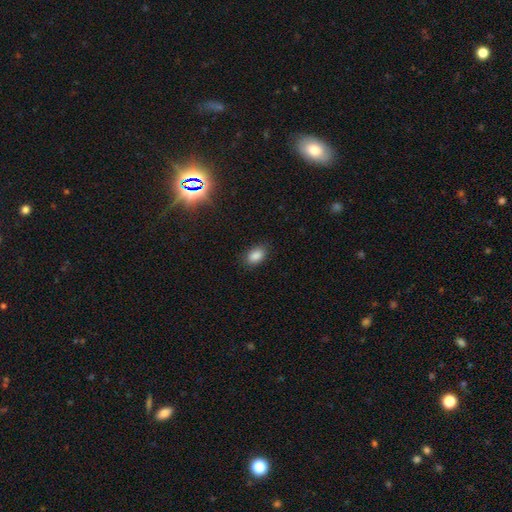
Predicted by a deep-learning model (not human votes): Smooth or featured: smooth — 87% (star or artifact — 9%)
How rounded: in between — 89% (round — 9%)
Merging: none — 85% (minor disturbance — 11%)